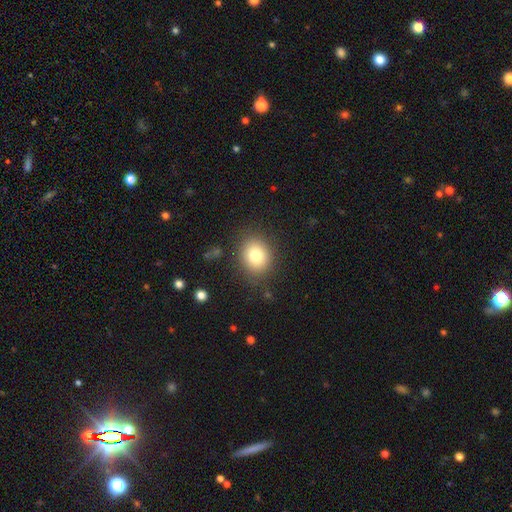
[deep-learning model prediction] Smooth or featured? Predicted: smooth (p=0.81). How rounded? Predicted: round (p=0.66). Merging? Predicted: none (p=0.84).